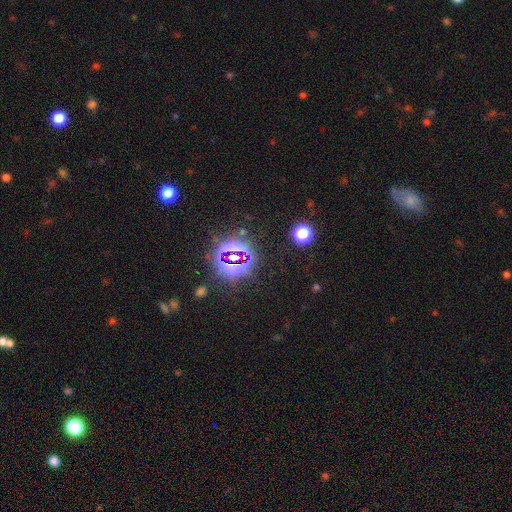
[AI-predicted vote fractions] This appears to be a star or artifact, not a galaxy (80%).